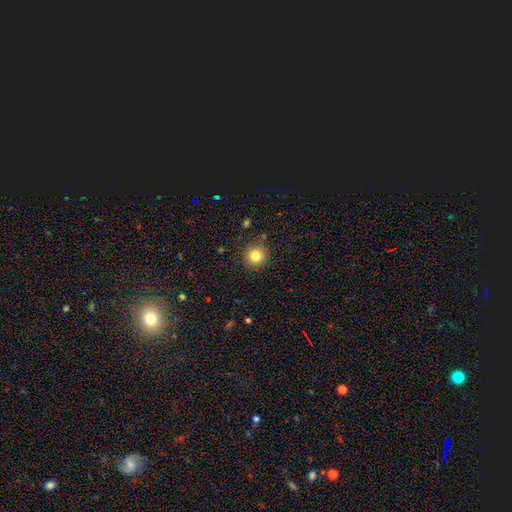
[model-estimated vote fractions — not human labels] A smooth galaxy with no disk features (82%) that is round (94%). Merging: none (89%).